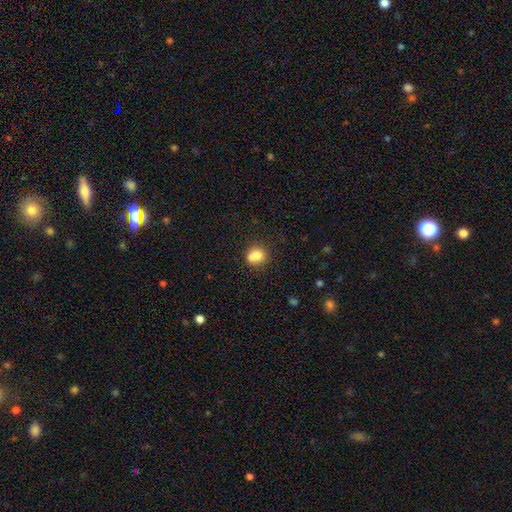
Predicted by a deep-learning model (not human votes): This appears to be a smooth galaxy with no disk features (76%) that is round (73%). Merging: none (50%).